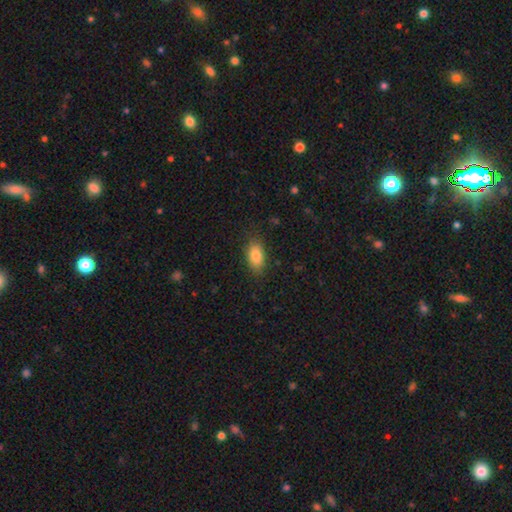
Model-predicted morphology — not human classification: Overall: smooth (85%). How rounded: in between (90%). Merging: none (83%).